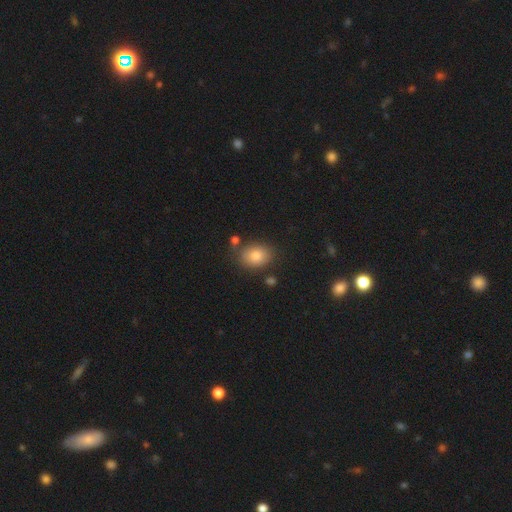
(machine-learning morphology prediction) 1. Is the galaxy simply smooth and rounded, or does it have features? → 82% smooth, 10% star or artifact, 8% featured or disk.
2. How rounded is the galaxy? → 67% in between, 32% round, 1% cigar-shaped.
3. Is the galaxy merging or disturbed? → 79% none, 12% minor disturbance, 6% merger, 3% major disturbance.